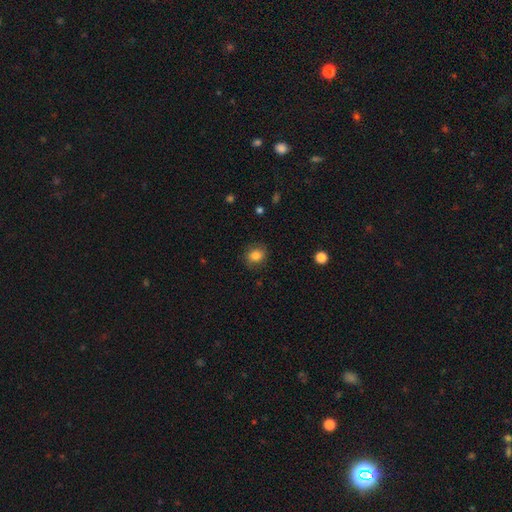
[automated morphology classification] The model was most divided on "how rounded": round: 69%, in between: 30%, cigar-shaped: 1%. More confident: merging — none (84%); smooth or featured — smooth (82%).